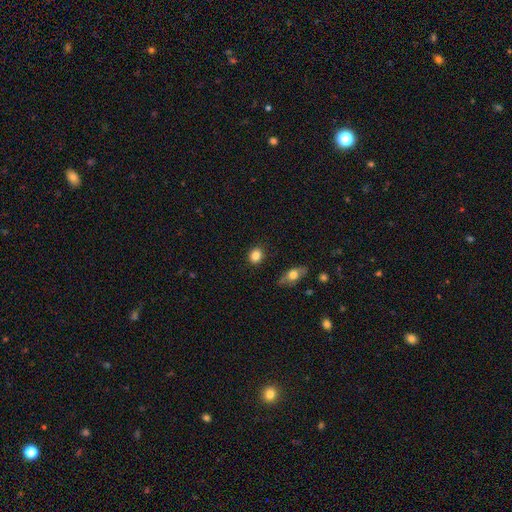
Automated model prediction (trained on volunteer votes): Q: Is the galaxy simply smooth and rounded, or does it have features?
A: smooth — 85%.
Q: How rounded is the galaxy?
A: round — 63%.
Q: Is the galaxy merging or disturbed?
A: none — 88%.